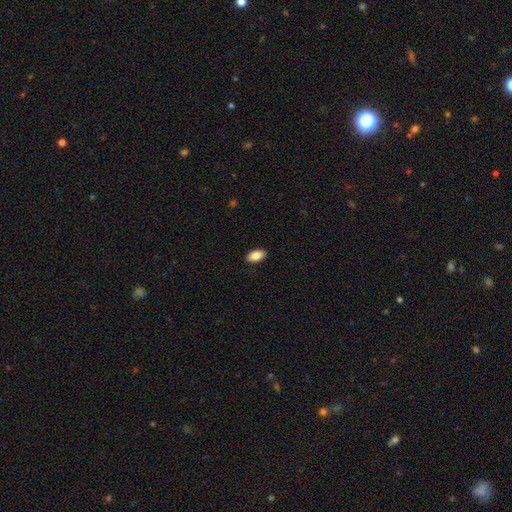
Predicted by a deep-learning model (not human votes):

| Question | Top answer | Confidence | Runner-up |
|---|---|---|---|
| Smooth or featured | smooth | 86% | star or artifact (7%) |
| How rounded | in between | 93% | round (4%) |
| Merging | none | 90% | minor disturbance (8%) |